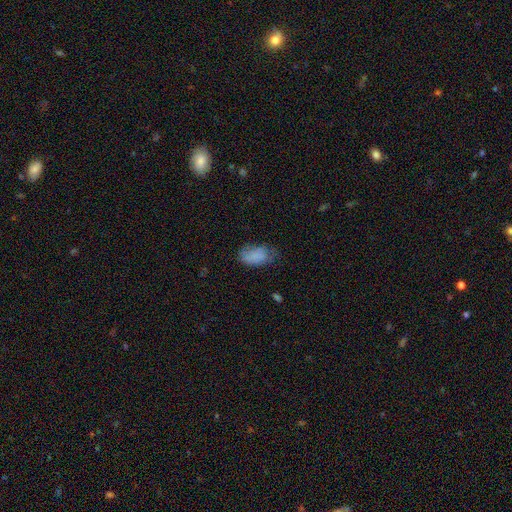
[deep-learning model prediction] Morphology: type=smooth (77%); roundness=in between (92%); merging=none (49%).